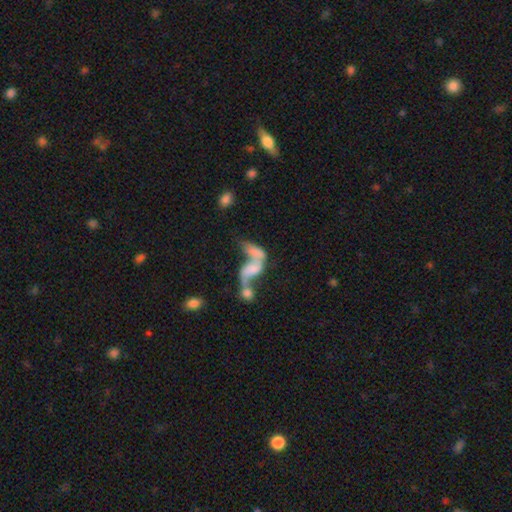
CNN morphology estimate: type=featured or disk (54%); edge-on=no (93%); bar=no (65%); spiral arms=yes (55%); bulge=none (50%); merging=merger (64%).